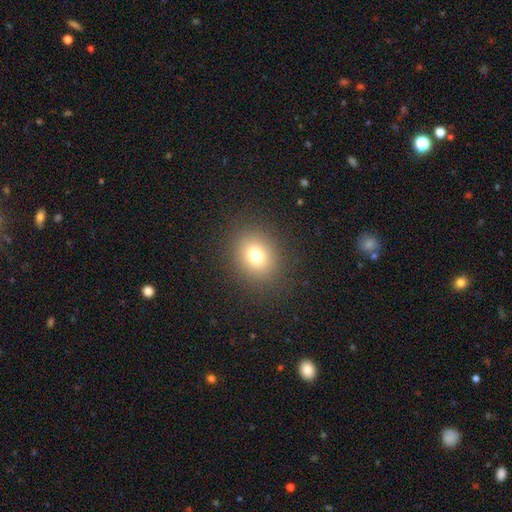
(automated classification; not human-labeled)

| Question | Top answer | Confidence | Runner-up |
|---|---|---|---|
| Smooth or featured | smooth | 74% | star or artifact (15%) |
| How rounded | round | 68% | in between (31%) |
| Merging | none | 87% | minor disturbance (7%) |